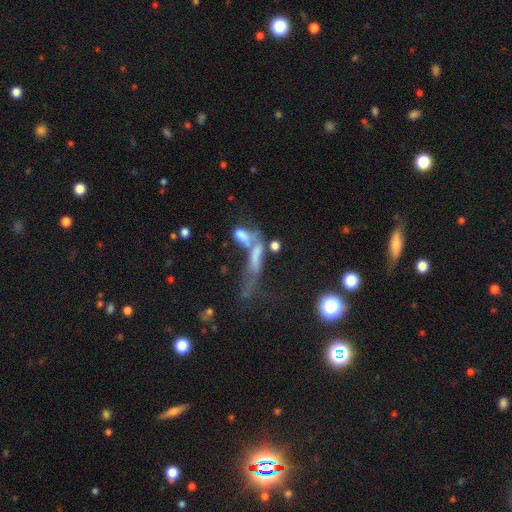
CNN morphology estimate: This appears to be a smooth galaxy with no disk features (48%). Merging: merger (59%).